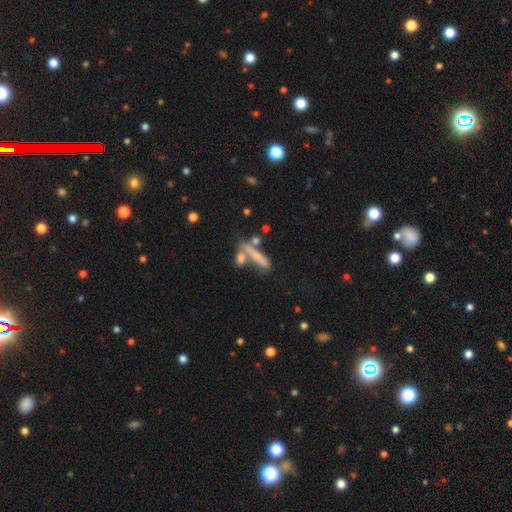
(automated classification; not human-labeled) Morphology: type=smooth (55%); roundness=cigar-shaped (76%); merging=none (44%).